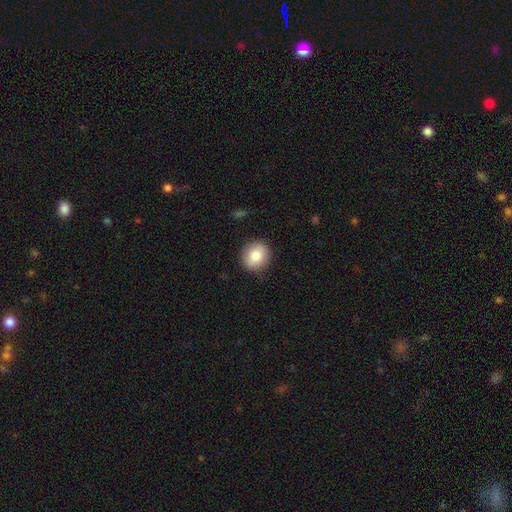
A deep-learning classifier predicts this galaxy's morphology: Q: Smooth or featured?
A: smooth (84%); runner-up: featured or disk (8%)
Q: How rounded?
A: round (76%); runner-up: in between (23%)
Q: Merging?
A: none (88%); runner-up: minor disturbance (9%)